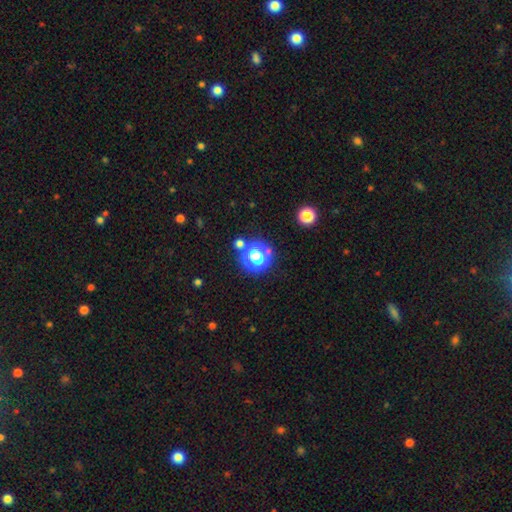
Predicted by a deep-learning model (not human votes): This is possibly a smooth galaxy (52%). How rounded: clearly round (88%). Merging: likely none (71%).